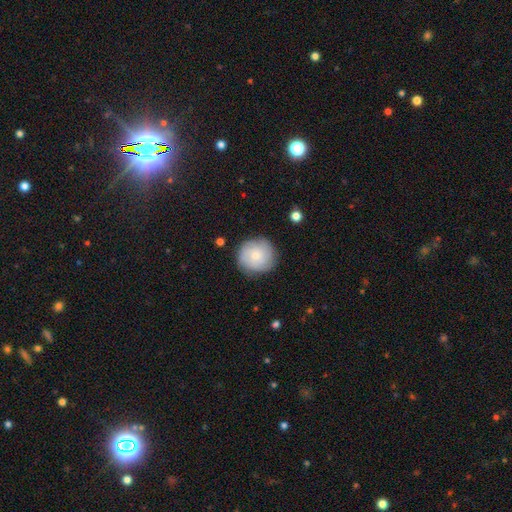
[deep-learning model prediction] This is possibly a smooth galaxy (57%). How rounded: clearly round (92%). Merging: clearly none (83%).